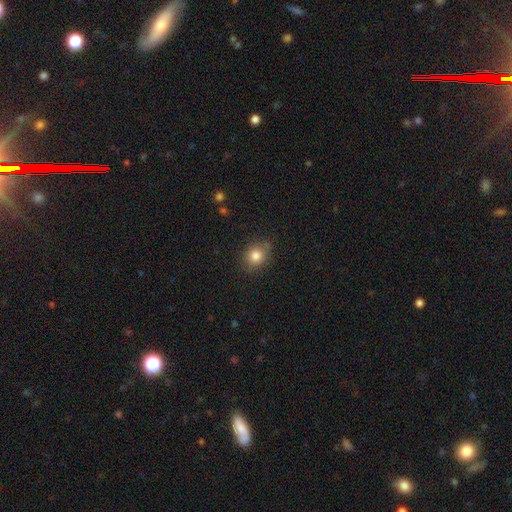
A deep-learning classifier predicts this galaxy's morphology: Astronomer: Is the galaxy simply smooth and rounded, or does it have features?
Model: smooth — 82%.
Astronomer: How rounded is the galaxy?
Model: round — 69%.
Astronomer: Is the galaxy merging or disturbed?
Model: none — 78%.